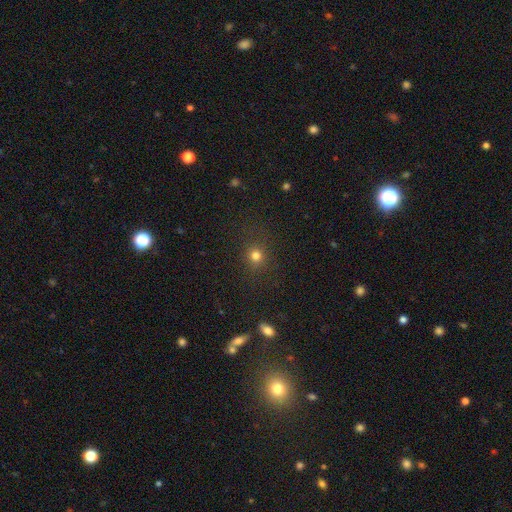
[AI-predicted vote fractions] This is likely a smooth galaxy (77%). How rounded: clearly round (88%). Merging: clearly none (86%).